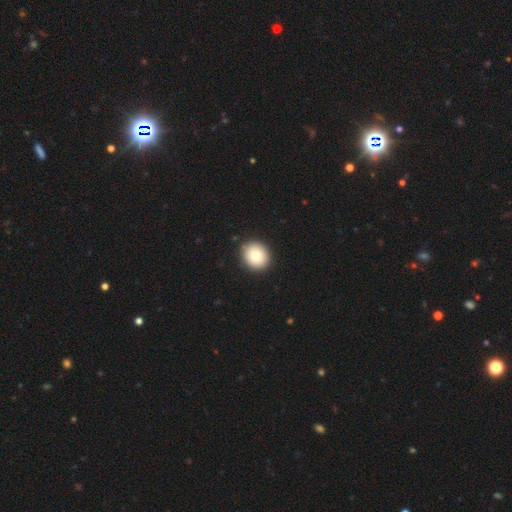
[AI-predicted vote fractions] Smooth or featured?
  - smooth: 82% *
  - featured or disk: 10%
  - star or artifact: 8%
How rounded?
  - round: 76% *
  - in between: 23%
  - cigar-shaped: 1%
Merging?
  - none: 88% *
  - minor disturbance: 9%
  - major disturbance: 2%
  - merger: 1%